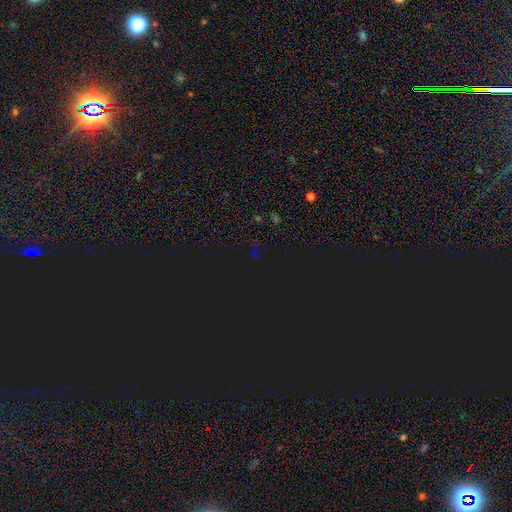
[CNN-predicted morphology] A star or artifact, not a galaxy (78%).

Vote fractions:
- Smooth or featured? star or artifact: 78% / smooth: 15% / featured or disk: 7%